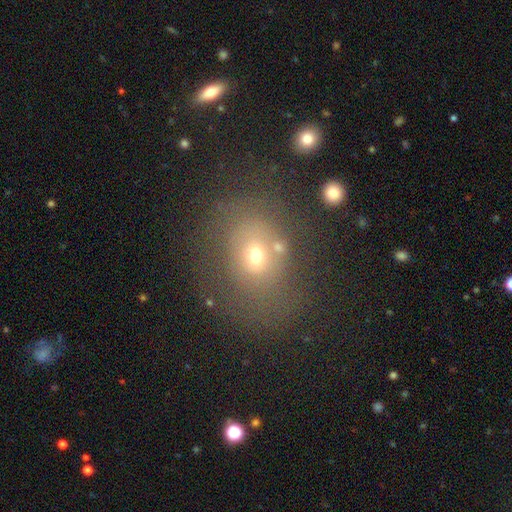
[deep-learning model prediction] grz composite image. It shows a smooth galaxy with no disk features (59%) that is round (50%). Merging: none (62%).